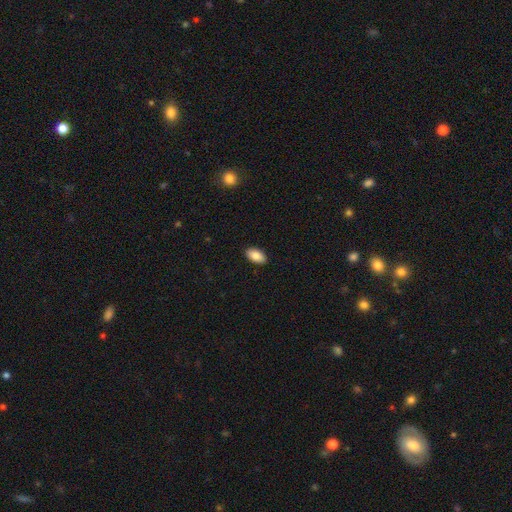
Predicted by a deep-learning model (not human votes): This appears to be a smooth galaxy with no disk features (87%) that is in between round and cigar-shaped (95%). Merging: none (90%).